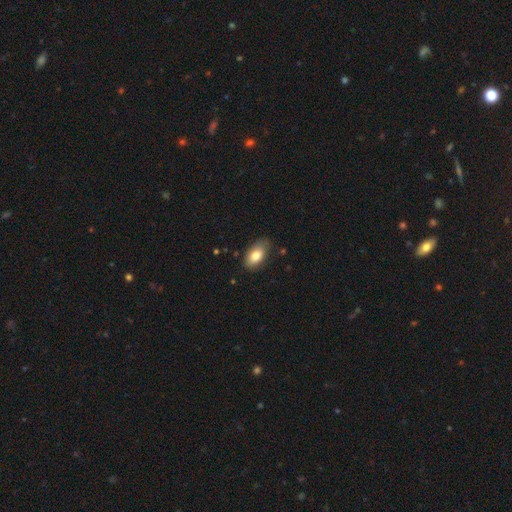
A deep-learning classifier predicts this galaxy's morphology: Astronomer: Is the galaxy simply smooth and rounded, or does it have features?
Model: smooth — 80%.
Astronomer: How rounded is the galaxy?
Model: in between — 92%.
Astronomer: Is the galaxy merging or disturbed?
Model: none — 68%.